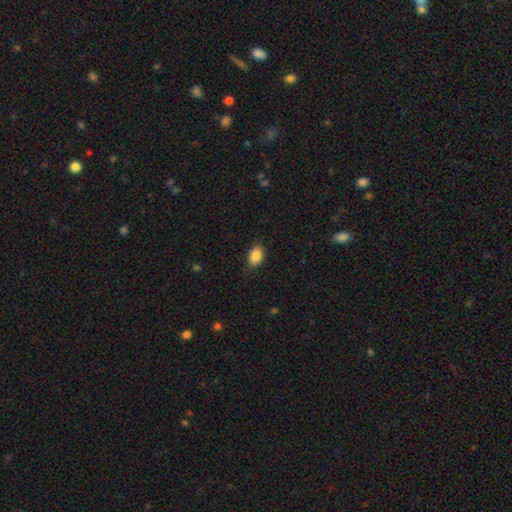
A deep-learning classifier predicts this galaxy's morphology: Smooth or featured? smooth (87%)
How rounded? in between (86%)
Merging? none (83%)